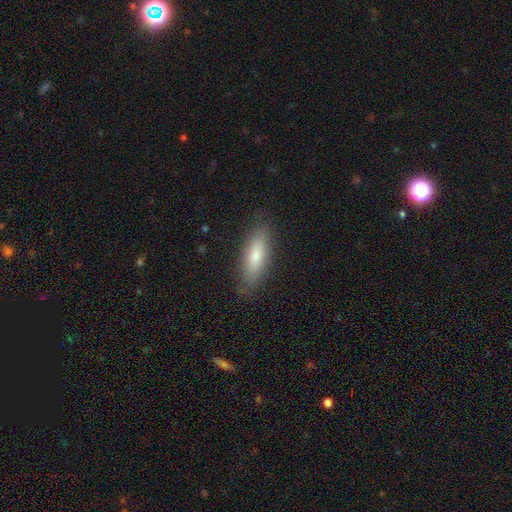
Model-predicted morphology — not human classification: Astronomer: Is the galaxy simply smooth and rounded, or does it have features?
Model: smooth — 74%.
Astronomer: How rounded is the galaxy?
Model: in between — 59% (runner-up: cigar-shaped, 39%).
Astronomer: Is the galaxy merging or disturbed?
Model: none — 84%.